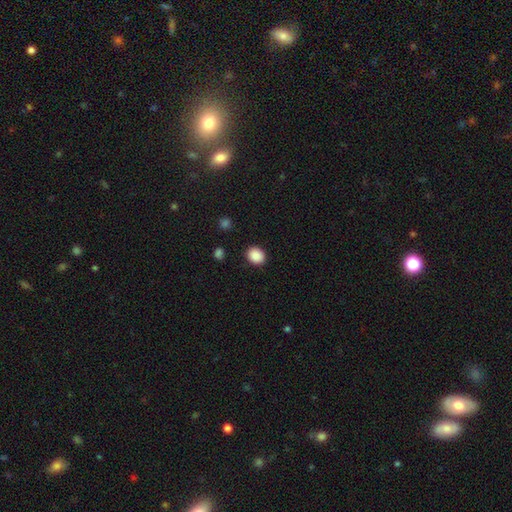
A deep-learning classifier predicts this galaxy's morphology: Smooth or featured? Predicted: smooth (p=0.89). How rounded? Predicted: round (p=0.52). Merging? Predicted: none (p=0.89).